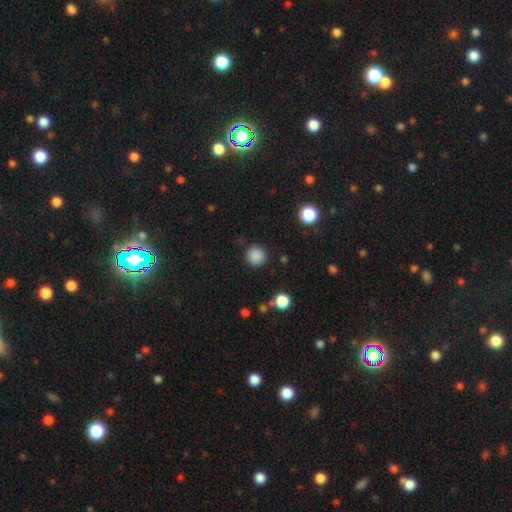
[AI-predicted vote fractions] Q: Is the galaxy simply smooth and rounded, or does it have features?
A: smooth — 86%.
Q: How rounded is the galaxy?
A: round — 94%.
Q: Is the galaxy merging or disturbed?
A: none — 88%.